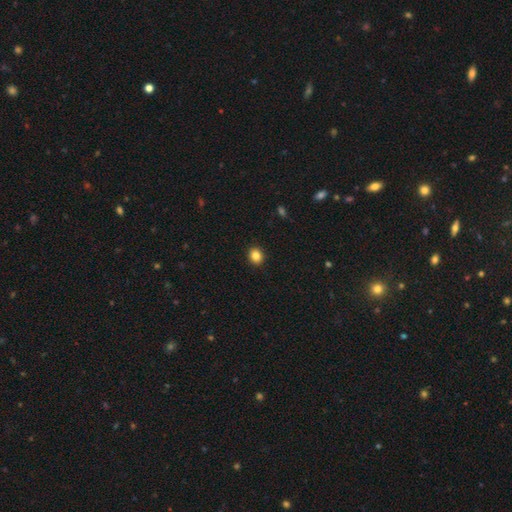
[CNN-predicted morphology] This appears to be a smooth galaxy with no disk features (85%) that is round (75%). Merging: none (92%).